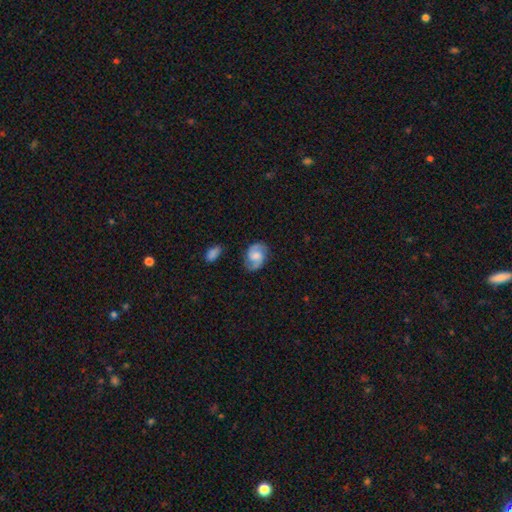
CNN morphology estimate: Smooth or featured? featured or disk (74%)
Edge-on disk? no (98%)
Bar? no (52%)
Spiral arms? yes (95%)
Spiral winding? medium (53%)
Spiral arm count? 2 (91%)
Bulge size? moderate (44%)
Merging? none (79%)